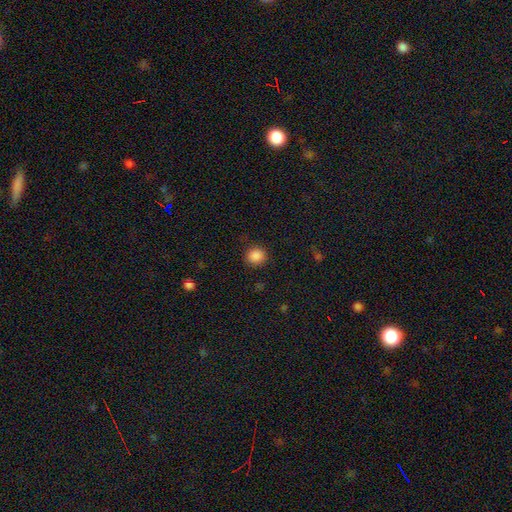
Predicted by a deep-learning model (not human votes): This appears to be a smooth galaxy with no disk features (87%) that is round (83%). Merging: none (88%).